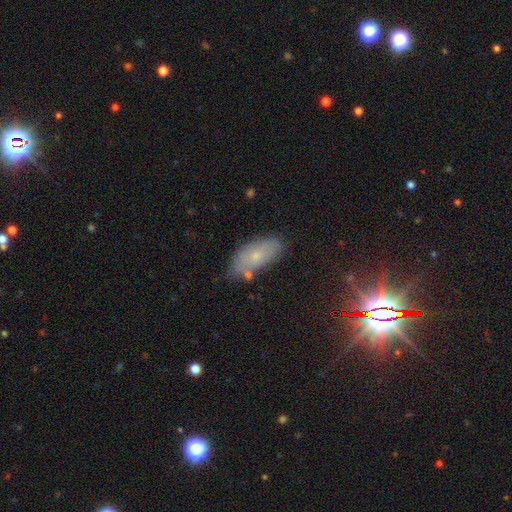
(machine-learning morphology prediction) Smooth or featured? Predicted: smooth (p=0.55). How rounded? Predicted: in between (p=0.89). Merging? Predicted: none (p=0.72).